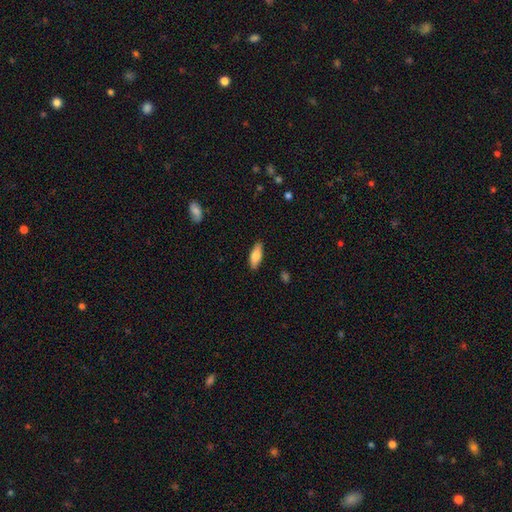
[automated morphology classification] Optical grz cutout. It shows a smooth galaxy with no disk features (77%) that is in between round and cigar-shaped (68%). Merging: none (88%).